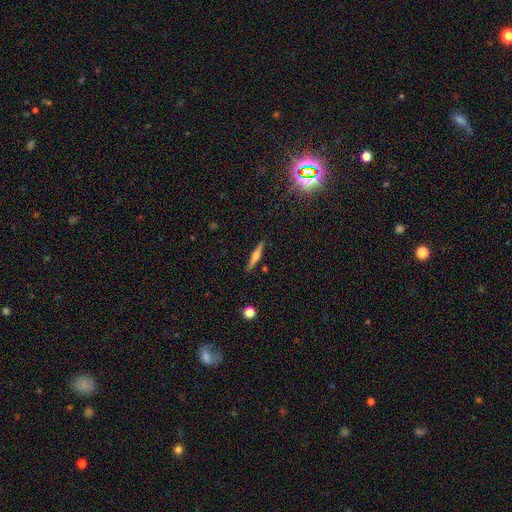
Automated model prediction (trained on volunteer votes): Smooth or featured? Predicted: featured or disk (p=0.52). Edge-on disk? Predicted: yes (p=0.97). Edge-on bulge? Predicted: rounded (p=0.73). Merging? Predicted: none (p=0.89).